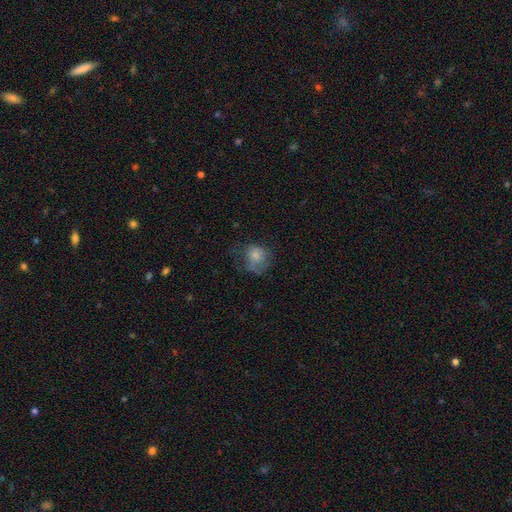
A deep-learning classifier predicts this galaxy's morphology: smooth-or-featured: smooth: 65% | featured or disk: 24% | star or artifact: 11%
  how-rounded: round: 62% | in between: 37% | cigar-shaped: 1%
  merging: none: 38% | major disturbance: 34% | minor disturbance: 27% | merger: 2%